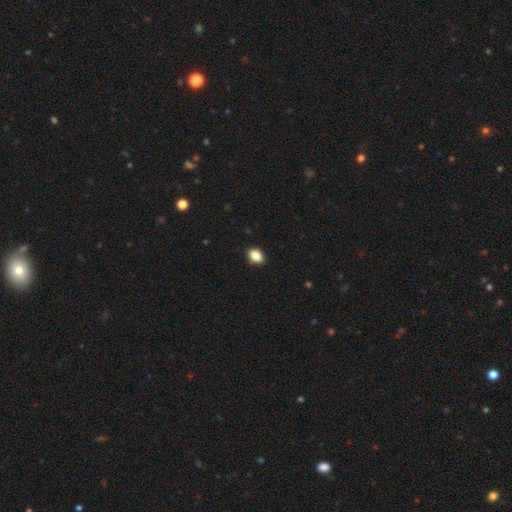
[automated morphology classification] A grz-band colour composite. It shows a smooth galaxy with no disk features (86%) that is in between round and cigar-shaped (64%). Merging: none (88%).